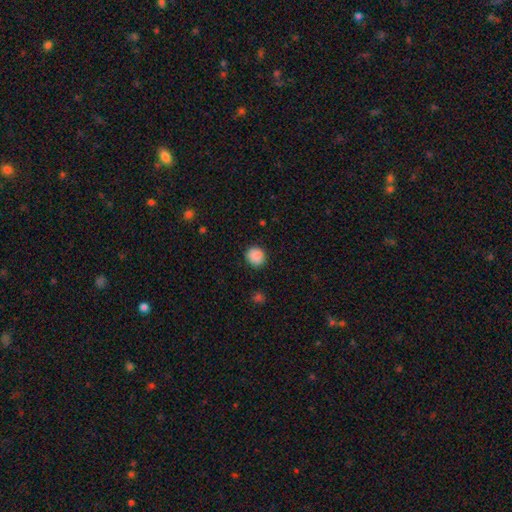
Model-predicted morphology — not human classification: A smooth galaxy with no disk features (88%) that is round (85%). Merging: none (87%).